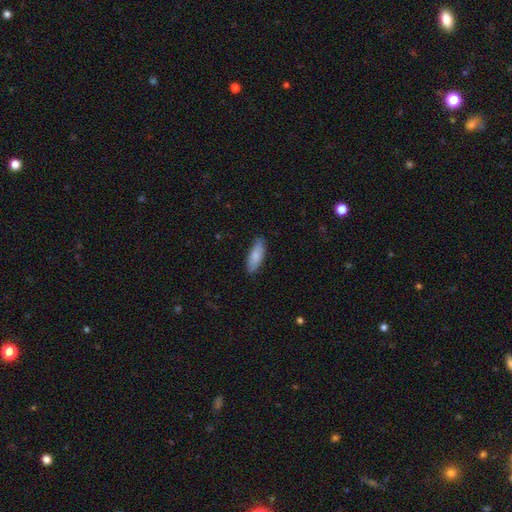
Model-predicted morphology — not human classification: Smooth or featured? smooth (81%)
How rounded? in between (64%)
Merging? none (83%)